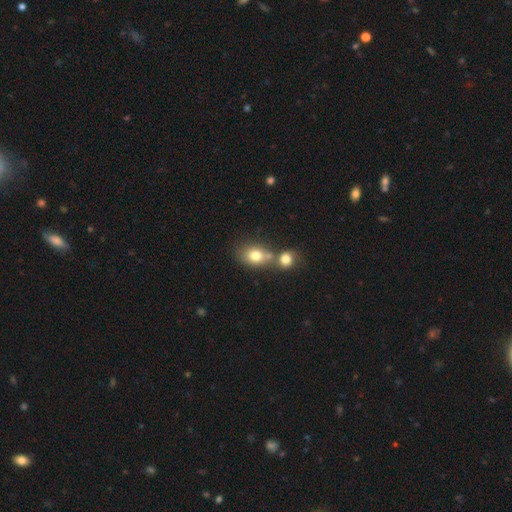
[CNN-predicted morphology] A smooth galaxy with no disk features (77%) that is in between round and cigar-shaped (51%).

Vote fractions:
- Smooth or featured? smooth: 77% / featured or disk: 13% / star or artifact: 10%
- How rounded? in between: 51% / round: 47% / cigar-shaped: 1%
- Merging? merger: 53% / none: 33% / minor disturbance: 9% / major disturbance: 5%